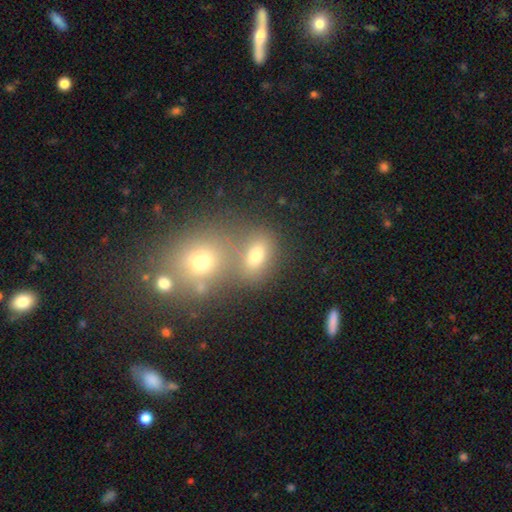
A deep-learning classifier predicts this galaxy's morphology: Smooth or featured? smooth (69%)
How rounded? in between (58%)
Merging? none (48%)